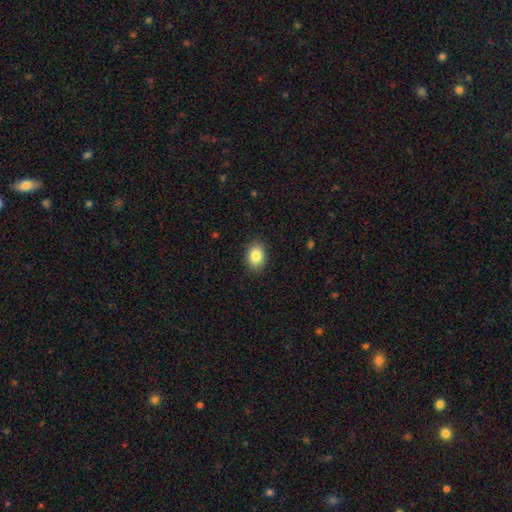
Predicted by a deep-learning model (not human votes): smooth_or_featured: smooth (p=0.85) [alt: star or artifact p=0.08]
how_rounded: in between (p=0.68) [alt: round p=0.31]
merging: none (p=0.88) [alt: minor disturbance p=0.09]